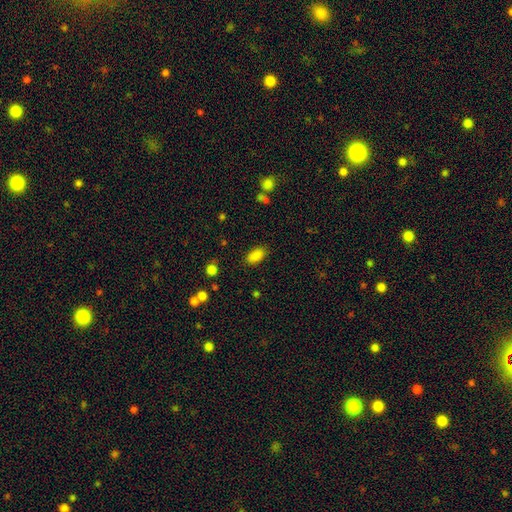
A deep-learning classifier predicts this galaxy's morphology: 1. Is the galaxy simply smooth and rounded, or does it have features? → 87% smooth, 10% star or artifact, 4% featured or disk.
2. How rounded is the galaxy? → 92% in between, 5% round, 3% cigar-shaped.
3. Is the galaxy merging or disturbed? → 85% none, 11% minor disturbance, 3% major disturbance, 2% merger.